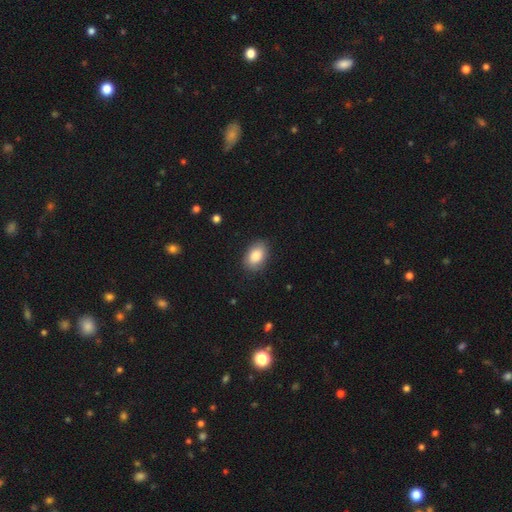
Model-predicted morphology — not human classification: This appears to be a smooth galaxy with no disk features (86%) that is in between round and cigar-shaped (86%). Merging: none (84%).